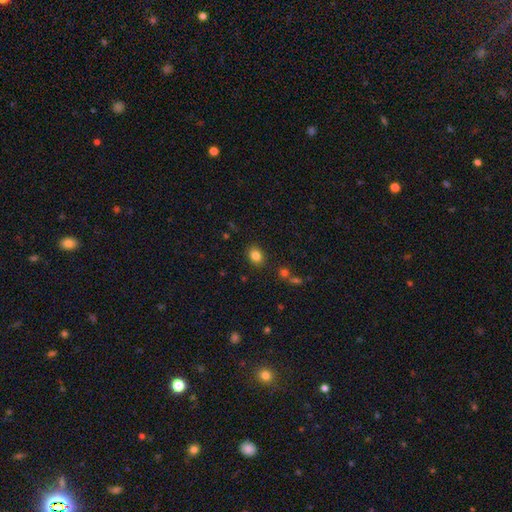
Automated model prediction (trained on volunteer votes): This is clearly a smooth galaxy (83%). How rounded: possibly round (53%). Merging: clearly none (87%).